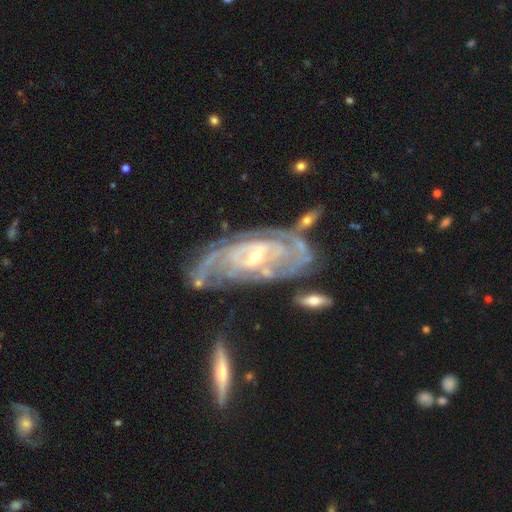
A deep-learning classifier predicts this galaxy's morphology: Smooth or featured? Predicted: featured or disk (p=0.89). Edge-on disk? Predicted: no (p=0.93). Bar? Predicted: weak (p=0.44). Spiral arms? Predicted: yes (p=0.94). Spiral winding? Predicted: tight (p=0.67). Spiral arm count? Predicted: can't tell (p=0.37). Bulge size? Predicted: small (p=0.58). Merging? Predicted: none (p=0.57).